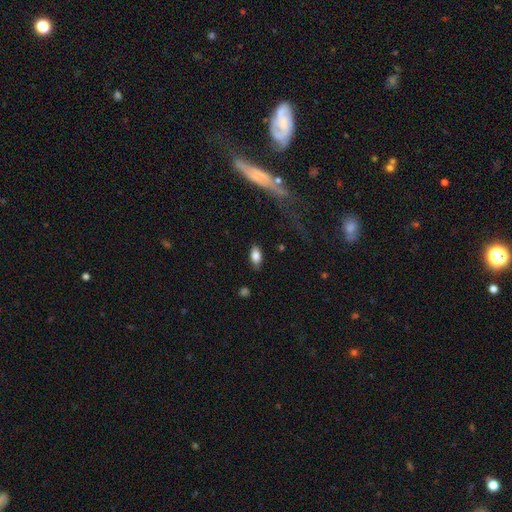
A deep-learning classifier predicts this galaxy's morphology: Smooth or featured?
  - smooth: 82% *
  - featured or disk: 10%
  - star or artifact: 8%
How rounded?
  - in between: 91% *
  - cigar-shaped: 6%
  - round: 4%
Merging?
  - none: 84% *
  - minor disturbance: 12%
  - major disturbance: 3%
  - merger: 1%